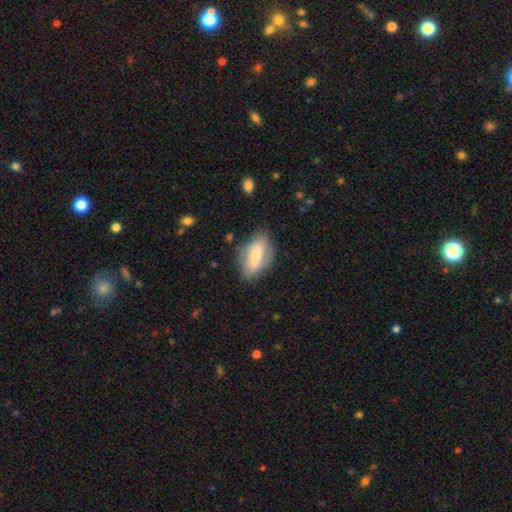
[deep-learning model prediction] Smooth or featured? smooth (66%)
How rounded? in between (87%)
Merging? none (71%)